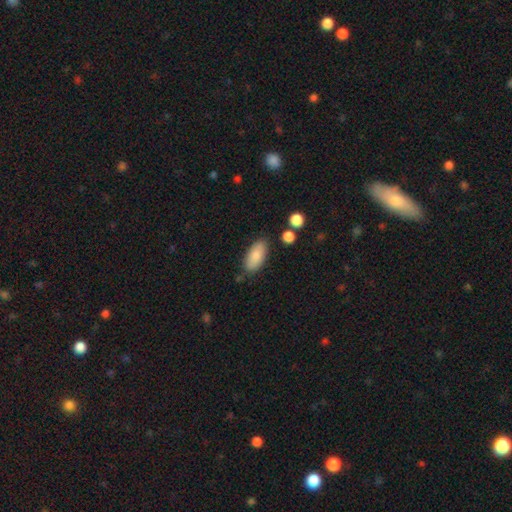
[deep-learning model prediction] This is clearly a smooth galaxy (83%). How rounded: clearly in between (90%). Merging: likely none (79%).